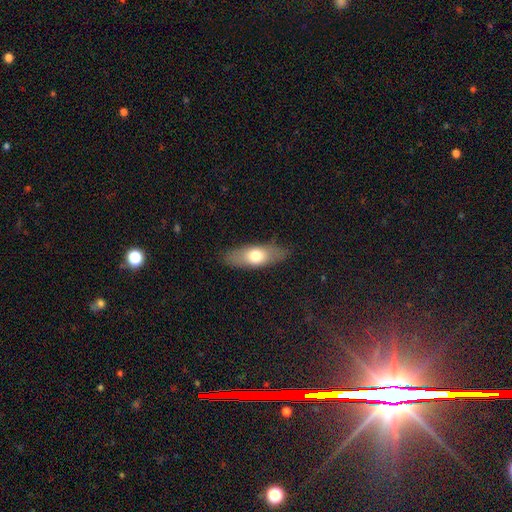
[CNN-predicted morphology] This is likely a smooth galaxy (64%). How rounded: likely in between (64%). Merging: clearly none (83%).